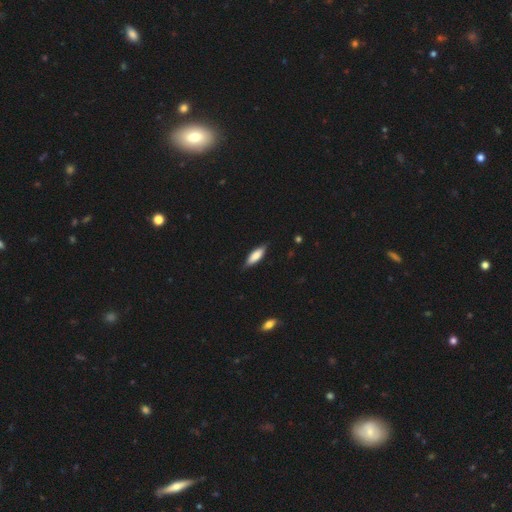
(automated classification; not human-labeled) smooth 77%, featured or disk 17%, star or artifact 6%. Down the decision tree: how rounded — in between (56%); merging — none (82%).